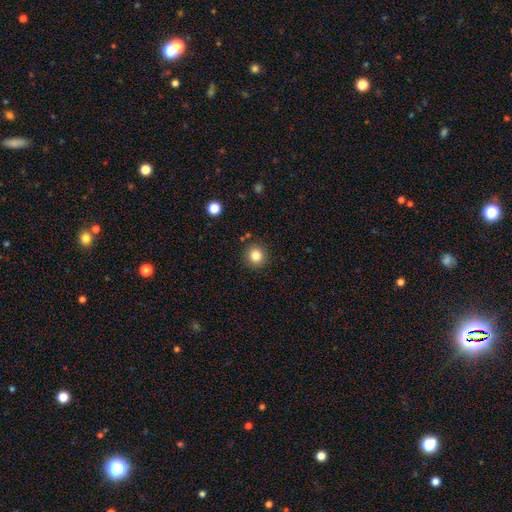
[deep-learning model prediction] The model was most divided on "smooth or featured": smooth: 83%, star or artifact: 11%, featured or disk: 6%. More confident: how rounded — round (92%); merging — none (88%).